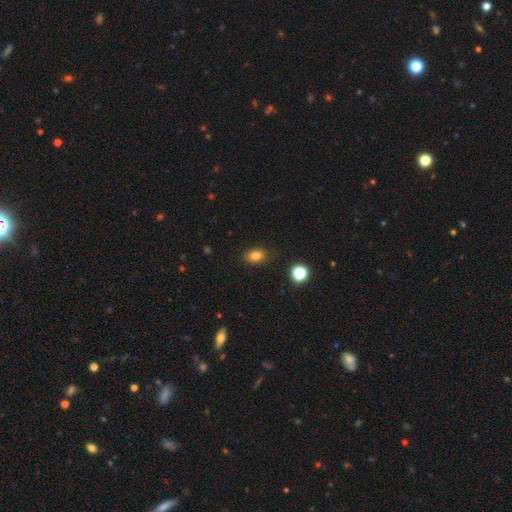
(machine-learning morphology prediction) This appears to be a smooth galaxy with no disk features (81%) that is in between round and cigar-shaped (75%). Merging: none (86%).